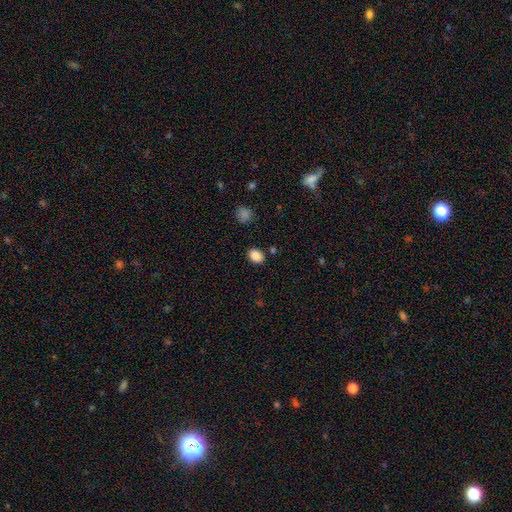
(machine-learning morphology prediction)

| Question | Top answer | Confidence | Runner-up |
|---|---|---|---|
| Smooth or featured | smooth | 88% | star or artifact (9%) |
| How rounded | in between | 67% | round (32%) |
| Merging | none | 85% | minor disturbance (9%) |